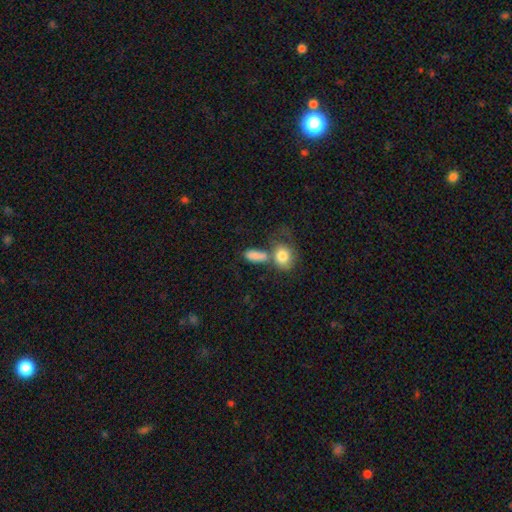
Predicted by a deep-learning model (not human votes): The model was most divided on "merging": merger: 41%, none: 35%, minor disturbance: 14%, major disturbance: 10%. More confident: smooth or featured — smooth (83%); how rounded — in between (80%).